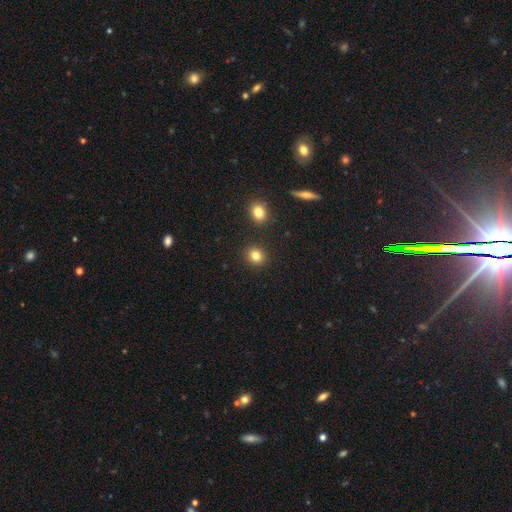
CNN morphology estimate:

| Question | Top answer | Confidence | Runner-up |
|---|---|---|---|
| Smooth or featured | smooth | 82% | star or artifact (11%) |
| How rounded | round | 78% | in between (21%) |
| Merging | none | 89% | minor disturbance (6%) |